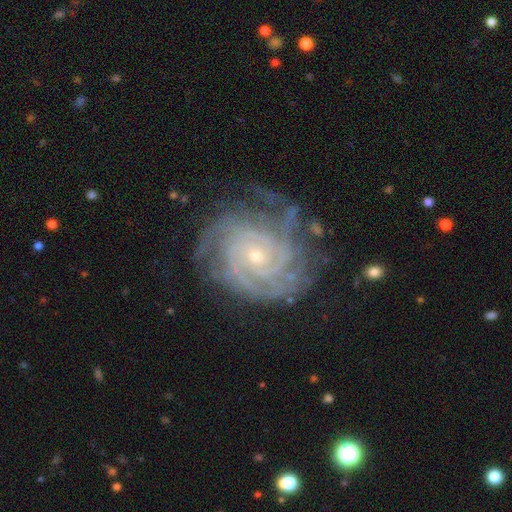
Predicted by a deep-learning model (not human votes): Smooth or featured? Predicted: featured or disk (p=0.90). Edge-on disk? Predicted: no (p=0.97). Bar? Predicted: no (p=0.76). Spiral arms? Predicted: yes (p=0.98). Spiral winding? Predicted: tight (p=0.78). Spiral arm count? Predicted: 4 (p=0.26). Bulge size? Predicted: small (p=0.75). Merging? Predicted: none (p=0.67).